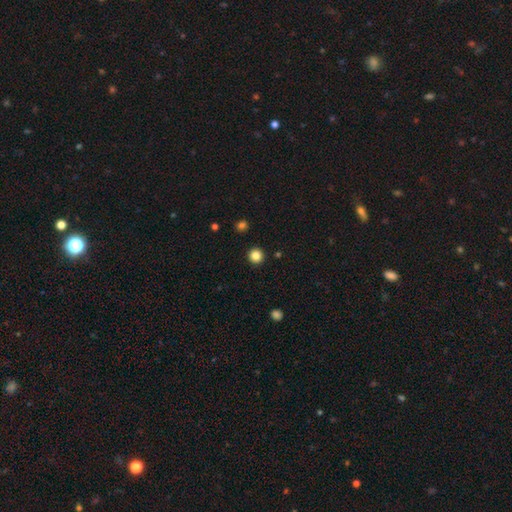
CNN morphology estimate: This appears to be a smooth galaxy with no disk features (84%) that is round (95%). Merging: none (93%).